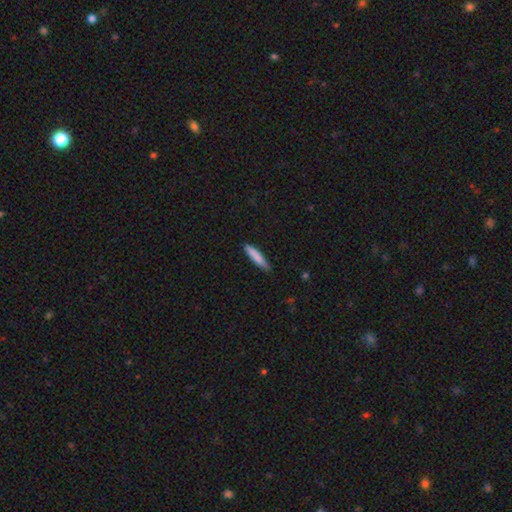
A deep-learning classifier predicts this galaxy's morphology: The model was most divided on "merging": none: 84%, minor disturbance: 13%, major disturbance: 2%, merger: 1%. More confident: how rounded — cigar-shaped (88%); smooth or featured — smooth (83%).